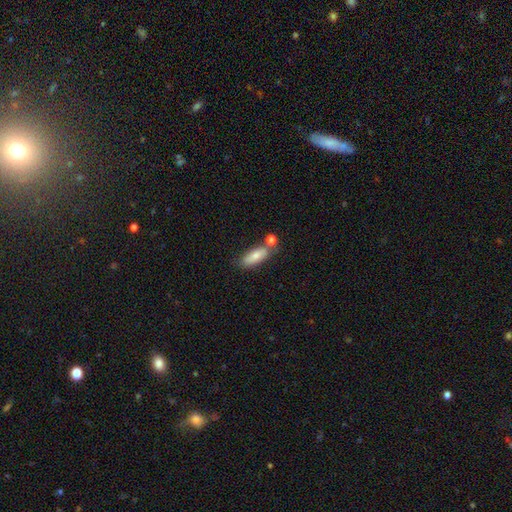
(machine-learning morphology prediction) Q: Smooth or featured?
A: smooth (76%); runner-up: featured or disk (17%)
Q: How rounded?
A: in between (65%); runner-up: cigar-shaped (33%)
Q: Merging?
A: none (62%); runner-up: merger (20%)